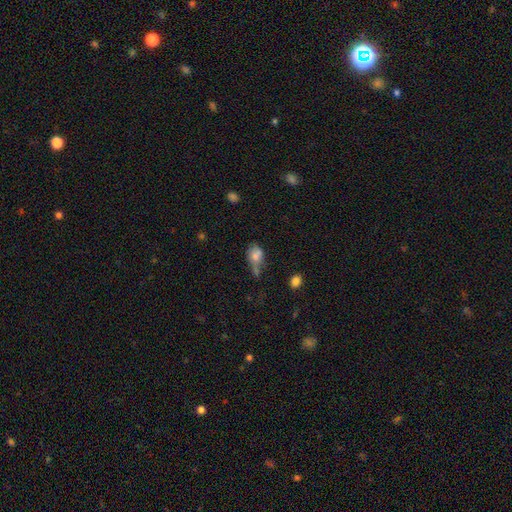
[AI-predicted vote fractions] Smooth or featured?
  - smooth: 68% *
  - featured or disk: 20%
  - star or artifact: 12%
How rounded?
  - in between: 70% *
  - round: 27%
  - cigar-shaped: 3%
Merging?
  - none: 30% * (tied)
  - merger: 30% * (tied)
  - minor disturbance: 25%
  - major disturbance: 15%